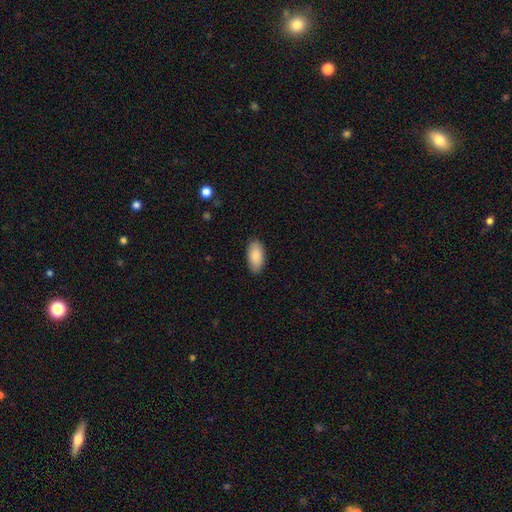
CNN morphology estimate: Q: Smooth or featured?
A: smooth (88%); runner-up: featured or disk (6%)
Q: How rounded?
A: in between (94%); runner-up: cigar-shaped (4%)
Q: Merging?
A: none (88%); runner-up: minor disturbance (9%)